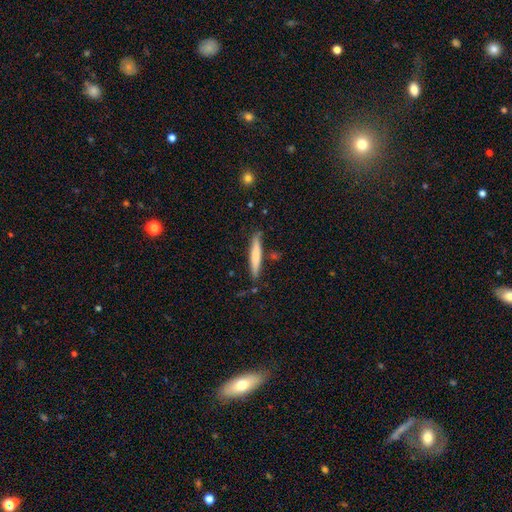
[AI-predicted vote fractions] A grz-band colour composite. It shows a smooth galaxy with no disk features (69%) that is cigar-shaped (94%). Merging: none (82%).